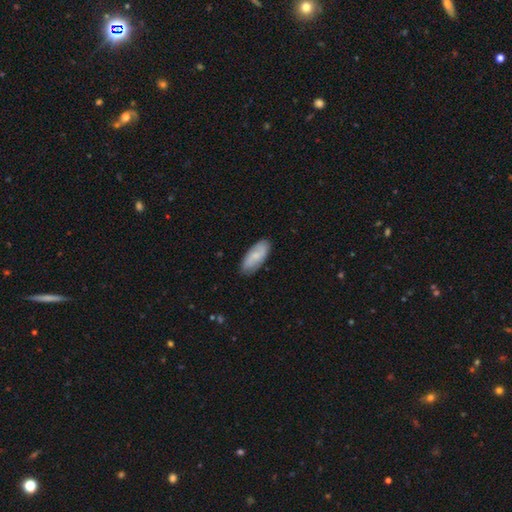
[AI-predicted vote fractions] smooth_or_featured: smooth (p=0.68) [alt: featured or disk p=0.26]
how_rounded: in between (p=0.85) [alt: cigar-shaped p=0.13]
merging: none (p=0.85) [alt: minor disturbance p=0.11]